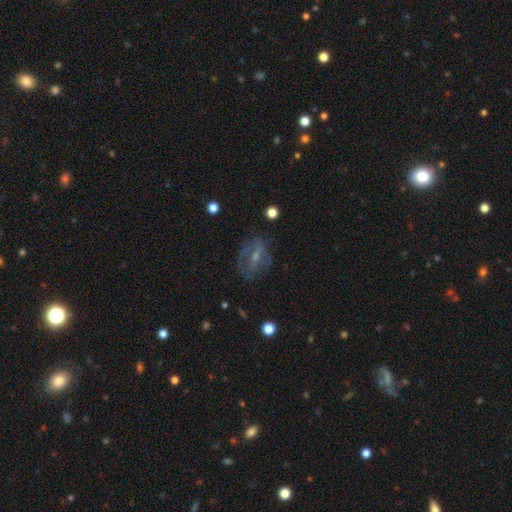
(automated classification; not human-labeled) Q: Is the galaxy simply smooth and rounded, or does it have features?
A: featured or disk — 60%.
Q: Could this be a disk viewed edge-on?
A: no — 91%.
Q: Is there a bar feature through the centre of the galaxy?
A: weak — 43%.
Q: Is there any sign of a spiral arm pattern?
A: yes — 57%.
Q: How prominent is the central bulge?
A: small — 56%.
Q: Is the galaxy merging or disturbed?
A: none — 60%.